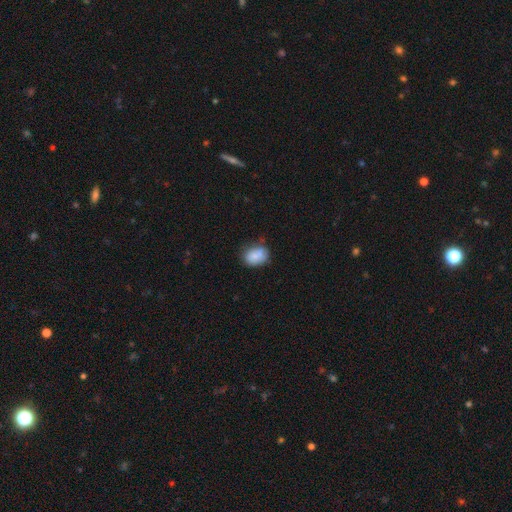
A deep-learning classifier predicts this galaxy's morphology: Q: Smooth or featured?
A: smooth (82%); runner-up: featured or disk (10%)
Q: How rounded?
A: in between (67%); runner-up: round (32%)
Q: Merging?
A: none (63%); runner-up: minor disturbance (26%)